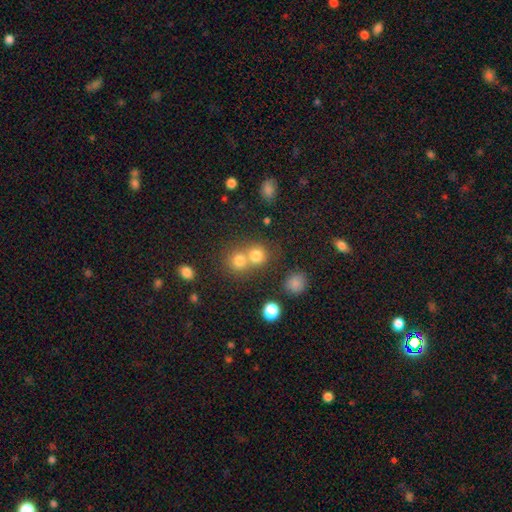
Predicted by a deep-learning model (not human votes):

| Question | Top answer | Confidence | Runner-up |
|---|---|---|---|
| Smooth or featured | smooth | 77% | star or artifact (14%) |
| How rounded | round | 85% | in between (14%) |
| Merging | merger | 47% | none (44%) |